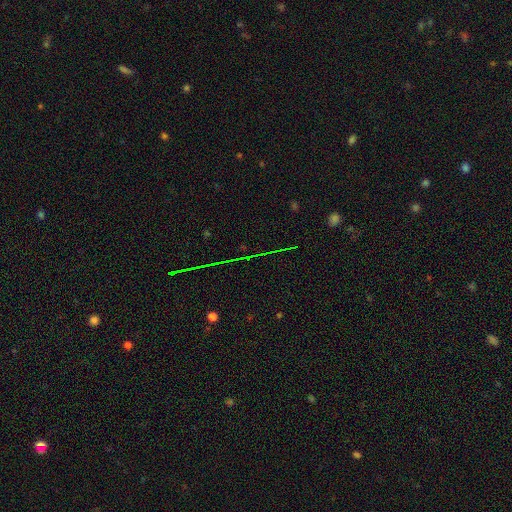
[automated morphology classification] smooth_or_featured: star or artifact (p=0.75) [alt: featured or disk p=0.13]